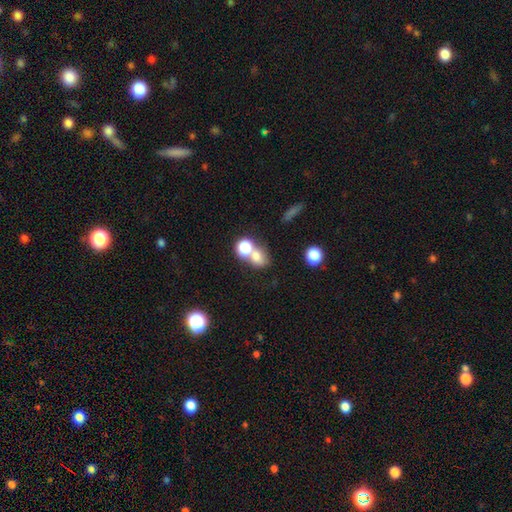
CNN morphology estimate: A smooth galaxy with no disk features (70%) that is round (55%). Merging: merger (57%).